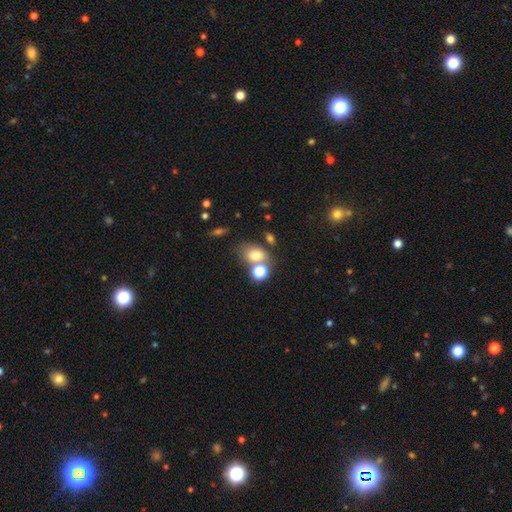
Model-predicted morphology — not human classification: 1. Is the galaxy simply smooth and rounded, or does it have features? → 73% smooth, 14% star or artifact, 13% featured or disk.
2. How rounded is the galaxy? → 62% in between, 37% round, 1% cigar-shaped.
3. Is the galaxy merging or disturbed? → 46% none, 34% merger, 13% minor disturbance, 7% major disturbance.